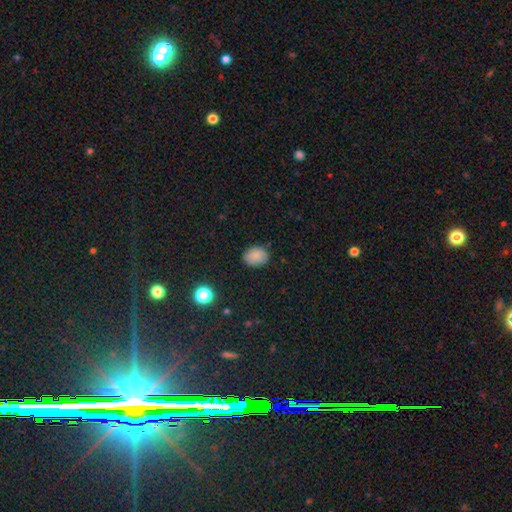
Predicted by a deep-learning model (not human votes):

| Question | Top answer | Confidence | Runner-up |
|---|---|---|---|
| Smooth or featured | smooth | 85% | star or artifact (10%) |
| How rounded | in between | 57% | round (42%) |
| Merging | none | 85% | minor disturbance (12%) |